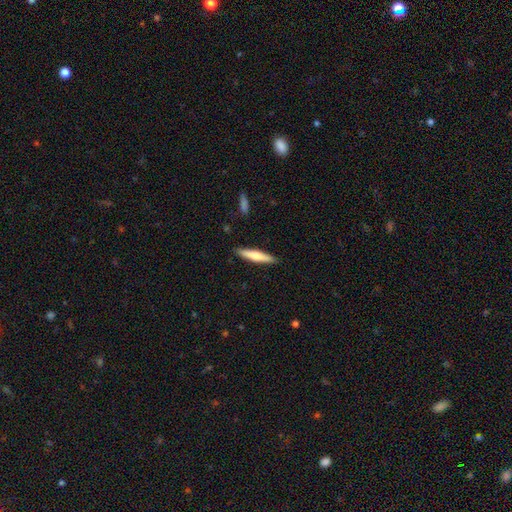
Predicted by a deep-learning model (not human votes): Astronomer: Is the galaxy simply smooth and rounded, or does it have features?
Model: smooth — 59% (runner-up: featured or disk, 36%).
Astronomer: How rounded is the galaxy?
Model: cigar-shaped — 88%.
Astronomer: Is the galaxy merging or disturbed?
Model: none — 90%.